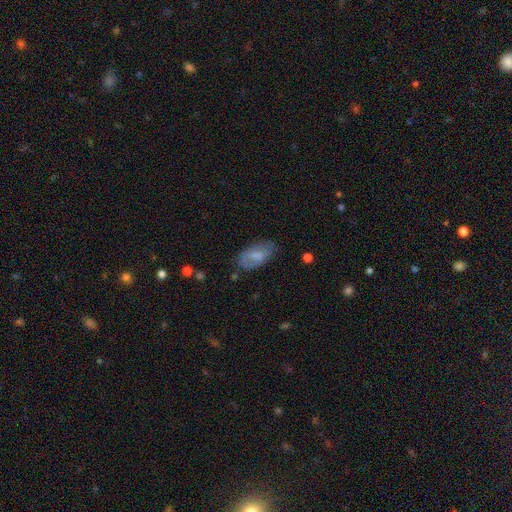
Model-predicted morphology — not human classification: Smooth or featured? Predicted: smooth (p=0.66). How rounded? Predicted: in between (p=0.92). Merging? Predicted: none (p=0.70).